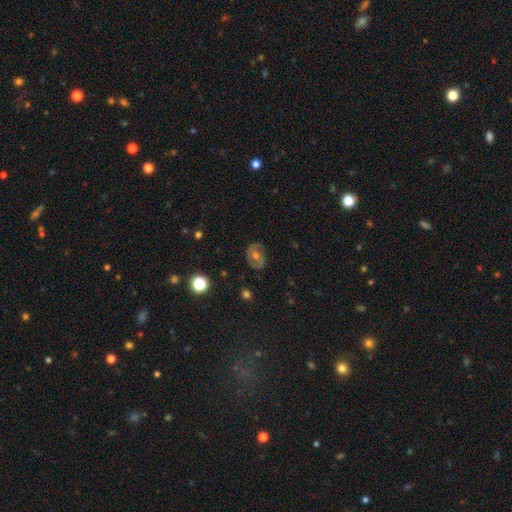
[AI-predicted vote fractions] A featured or disk galaxy (59%) with no bar (53%), spiral arms (70%) and a moderate central bulge (66%). Merging: none (82%).